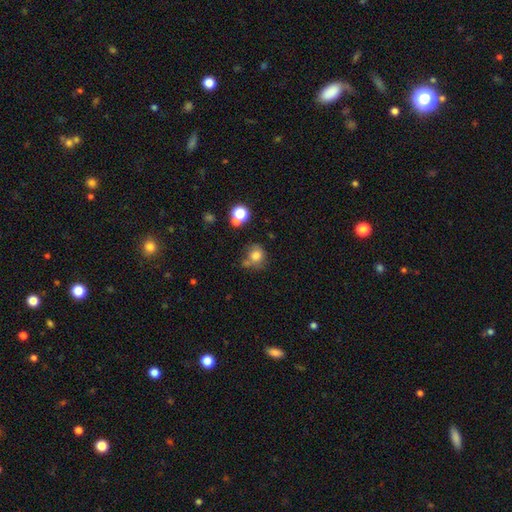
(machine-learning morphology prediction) A smooth galaxy with no disk features (76%) that is round (77%).

Vote fractions:
- Smooth or featured? smooth: 76% / star or artifact: 13% / featured or disk: 11%
- How rounded? round: 77% / in between: 22% / cigar-shaped: 1%
- Merging? none: 49% / minor disturbance: 22% / merger: 18% / major disturbance: 12%